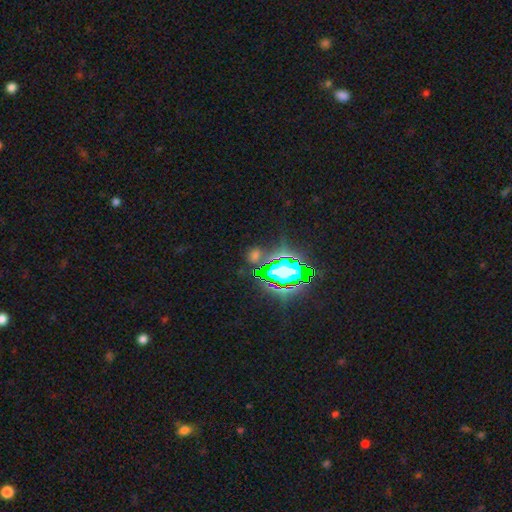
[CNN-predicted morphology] This is possibly a star or artifact rather than a galaxy (59%).